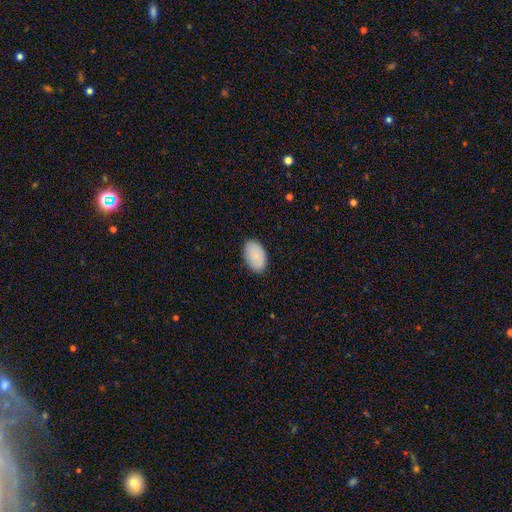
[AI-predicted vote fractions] smooth-or-featured: smooth: 88% | featured or disk: 6% | star or artifact: 6%
  how-rounded: in between: 93% | round: 5% | cigar-shaped: 1%
  merging: none: 86% | minor disturbance: 11% | major disturbance: 2% | merger: 1%